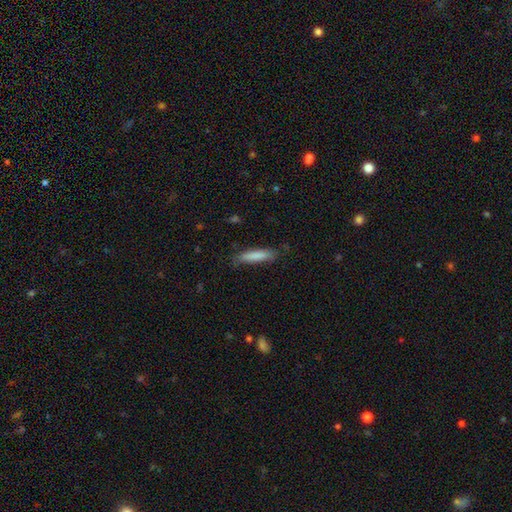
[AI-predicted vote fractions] A smooth galaxy with no disk features (83%) that is cigar-shaped (82%). Merging: none (78%).